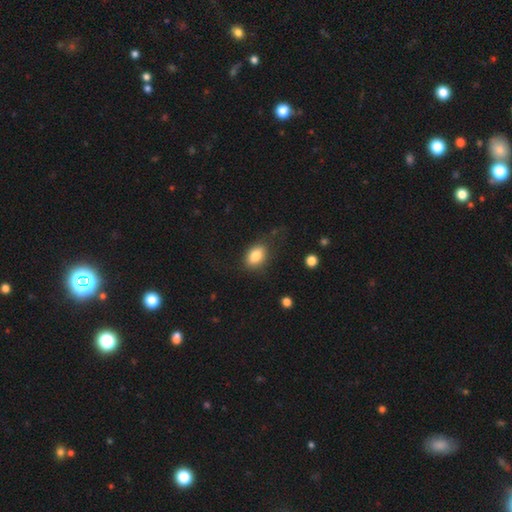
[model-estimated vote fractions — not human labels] This appears to be a smooth galaxy with no disk features (84%) that is in between round and cigar-shaped (83%). Merging: none (72%).